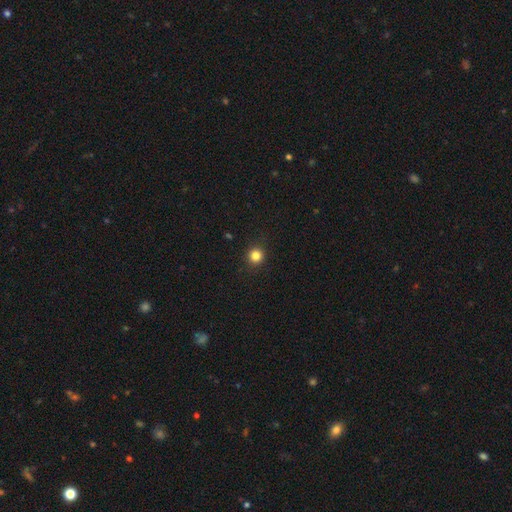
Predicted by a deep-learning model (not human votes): The model was most divided on "smooth or featured": smooth: 83%, star or artifact: 13%, featured or disk: 4%. More confident: how rounded — round (93%); merging — none (92%).